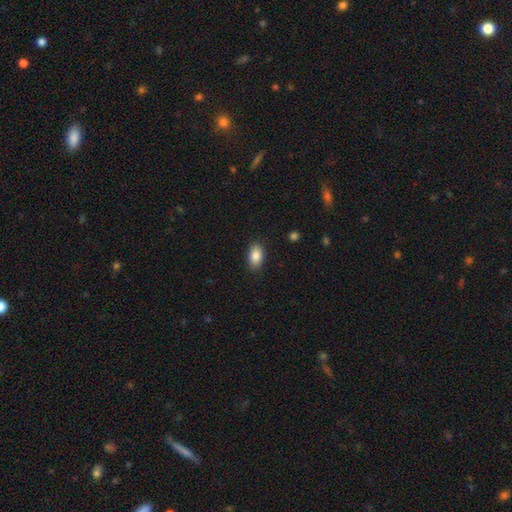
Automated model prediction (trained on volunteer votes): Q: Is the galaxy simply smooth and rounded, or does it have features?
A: smooth — 86%.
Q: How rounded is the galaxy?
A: in between — 91%.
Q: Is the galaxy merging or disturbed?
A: none — 87%.